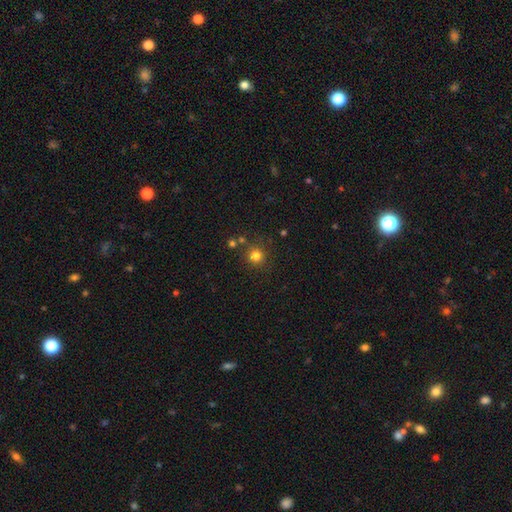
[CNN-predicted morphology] Overall: smooth (80%). How rounded: round (94%). Merging: none (81%).